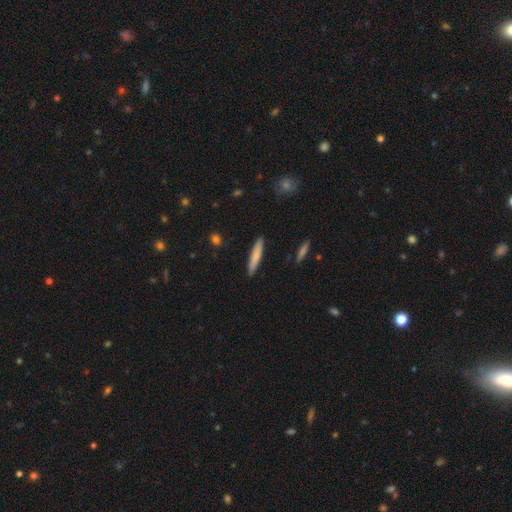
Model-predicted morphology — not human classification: type=smooth (77%); roundness=cigar-shaped (92%); merging=none (90%).